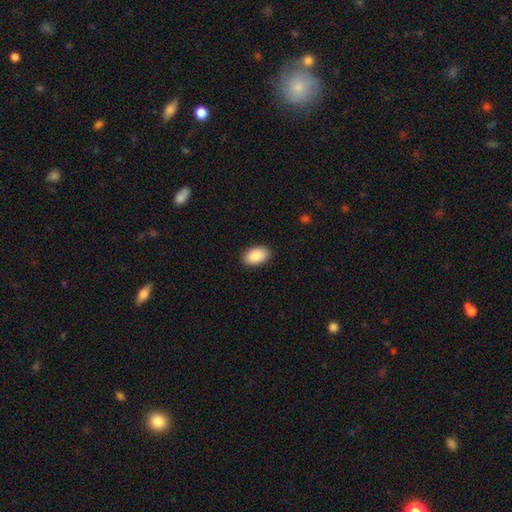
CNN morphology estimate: A smooth galaxy with no disk features (89%) that is in between round and cigar-shaped (93%).

Vote fractions:
- Smooth or featured? smooth: 89% / star or artifact: 6% / featured or disk: 4%
- How rounded? in between: 93% / round: 5% / cigar-shaped: 1%
- Merging? none: 90% / minor disturbance: 7% / major disturbance: 2% / merger: 1%